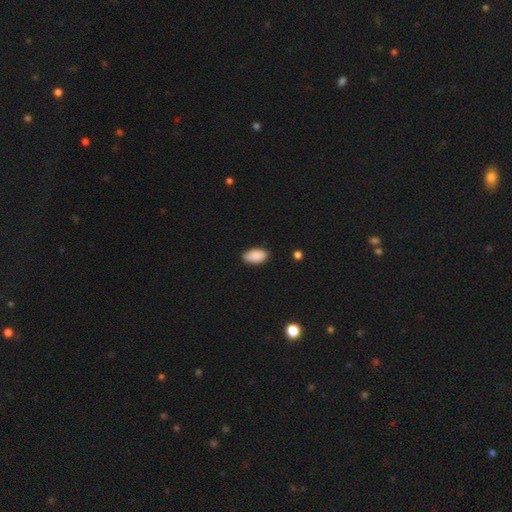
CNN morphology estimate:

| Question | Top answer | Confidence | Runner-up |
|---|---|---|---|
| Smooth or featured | smooth | 89% | star or artifact (7%) |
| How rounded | in between | 94% | round (4%) |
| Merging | none | 84% | minor disturbance (13%) |